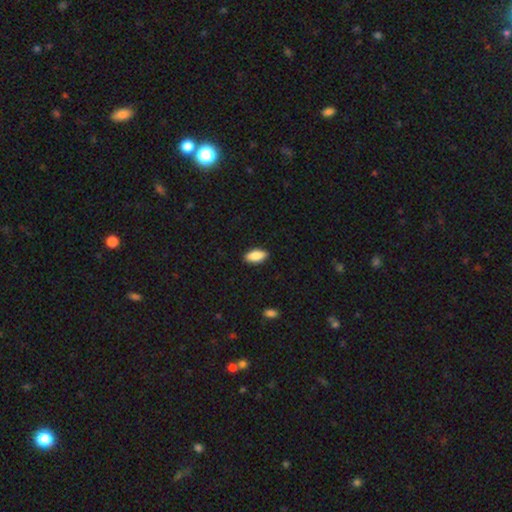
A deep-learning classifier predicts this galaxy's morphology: smooth-or-featured: smooth: 86% | featured or disk: 8% | star or artifact: 7%
  how-rounded: in between: 88% | cigar-shaped: 10% | round: 2%
  merging: none: 89% | minor disturbance: 8% | major disturbance: 2% | merger: 1%